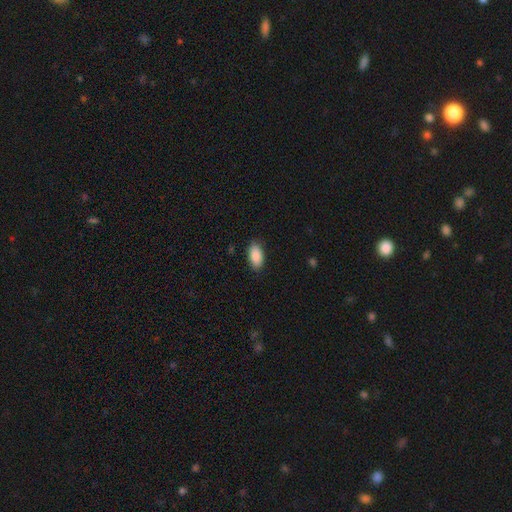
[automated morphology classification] Smooth or featured?
  - smooth: 90% *
  - star or artifact: 6%
  - featured or disk: 4%
How rounded?
  - in between: 94% *
  - cigar-shaped: 4%
  - round: 3%
Merging?
  - none: 87% *
  - minor disturbance: 10%
  - major disturbance: 2%
  - merger: 1%